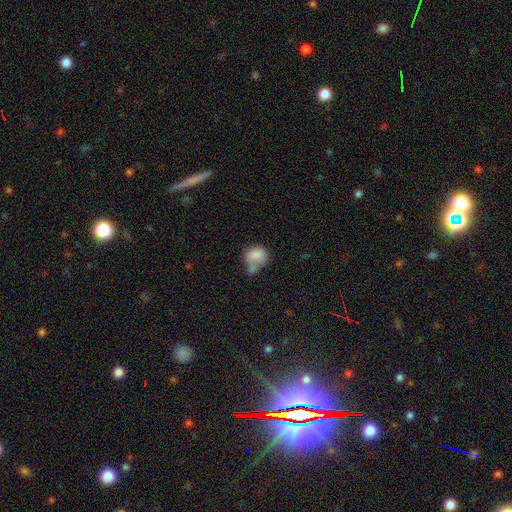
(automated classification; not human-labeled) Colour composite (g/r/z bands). It shows a smooth galaxy with no disk features (80%) that is round (50%). Merging: merger (41%).